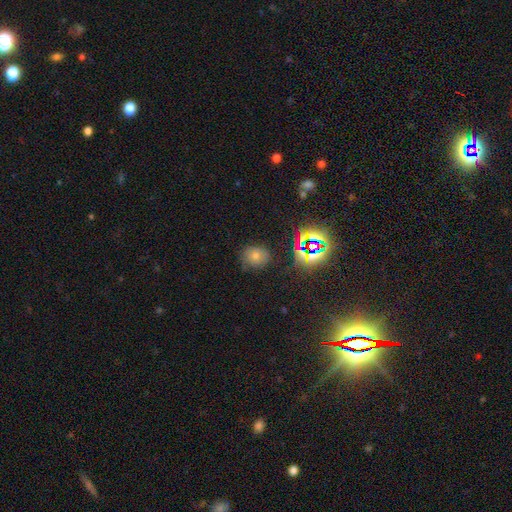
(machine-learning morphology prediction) Smooth or featured? smooth (48%)
Merging? none (77%)